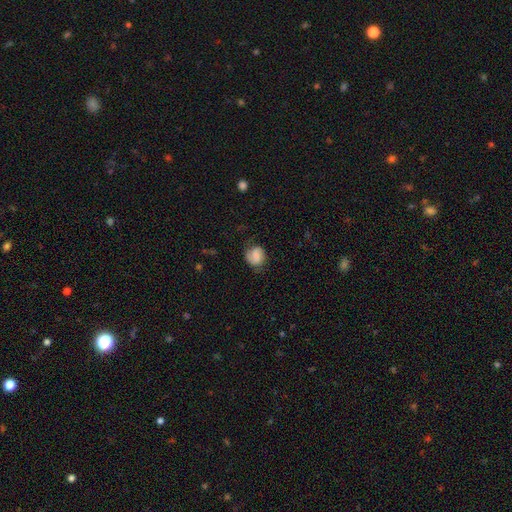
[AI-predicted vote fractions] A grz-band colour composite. It shows a smooth galaxy with no disk features (67%) that is round (65%). Merging: none (57%).